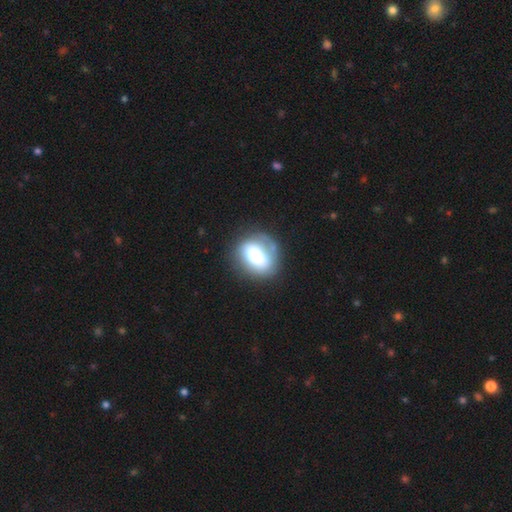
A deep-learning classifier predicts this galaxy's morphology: Smooth or featured? Predicted: smooth (p=0.62). How rounded? Predicted: in between (p=0.57). Merging? Predicted: none (p=0.60).